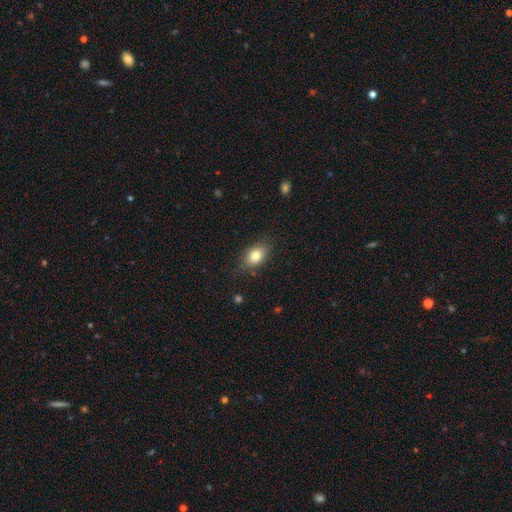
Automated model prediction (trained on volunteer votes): Smooth or featured? Predicted: smooth (p=0.80). How rounded? Predicted: in between (p=0.81). Merging? Predicted: none (p=0.82).